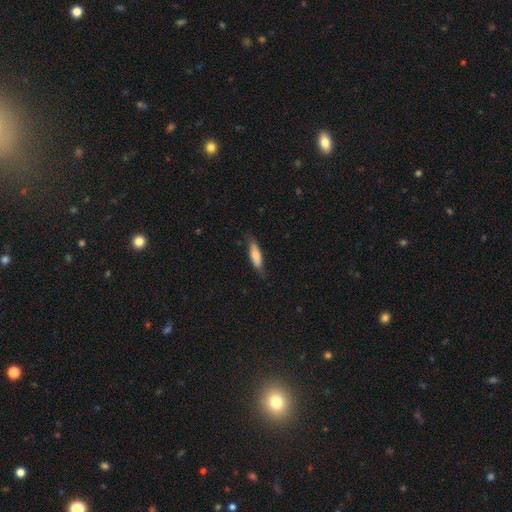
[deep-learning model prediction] smooth 76%, featured or disk 18%, star or artifact 6%. Down the decision tree: how rounded — cigar-shaped (59%); merging — none (77%).